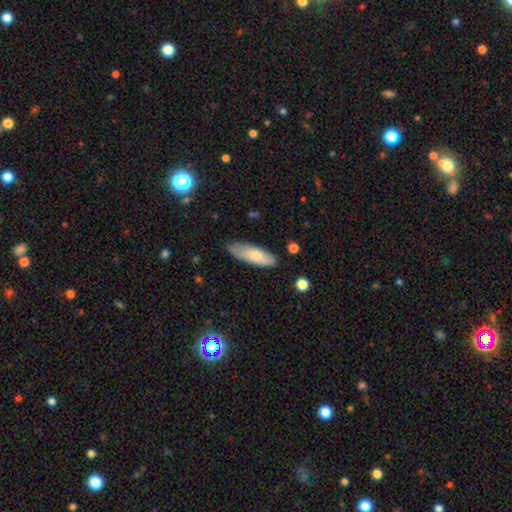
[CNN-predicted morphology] The model was most divided on "how rounded": in between: 59%, cigar-shaped: 39%, round: 2%. More confident: merging — none (73%); smooth or featured — smooth (72%).